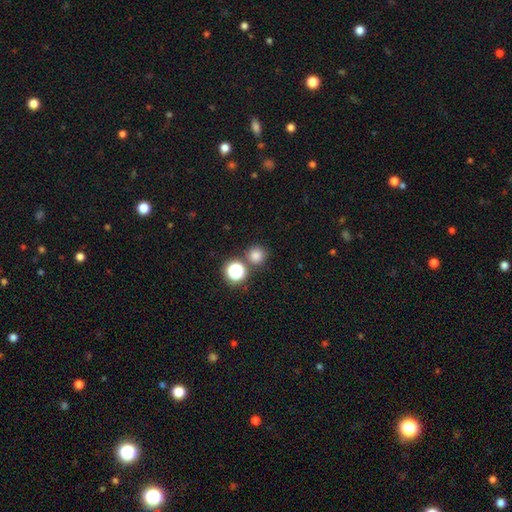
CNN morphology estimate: Overall: smooth (77%). How rounded: round (94%). Merging: none (78%).